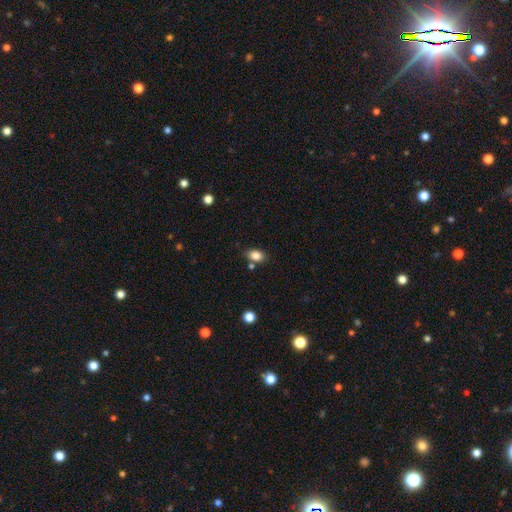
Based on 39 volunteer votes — Morphology: type=smooth (82%); roundness=in between (81%); merging=none (80%).